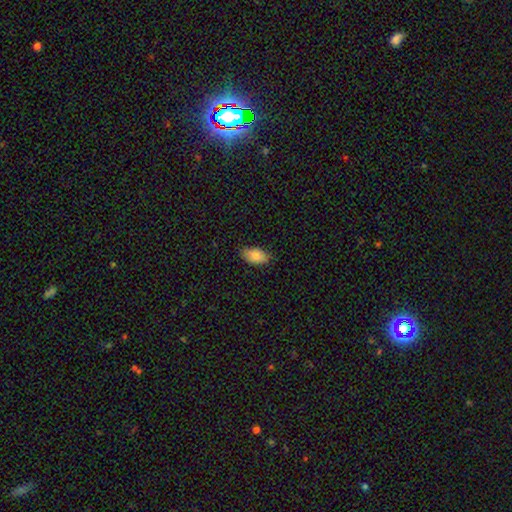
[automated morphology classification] A smooth galaxy with no disk features (85%) that is in between round and cigar-shaped (93%).

Vote fractions:
- Smooth or featured? smooth: 85% / featured or disk: 8% / star or artifact: 7%
- How rounded? in between: 93% / round: 5% / cigar-shaped: 2%
- Merging? none: 81% / minor disturbance: 15% / major disturbance: 2% / merger: 1%